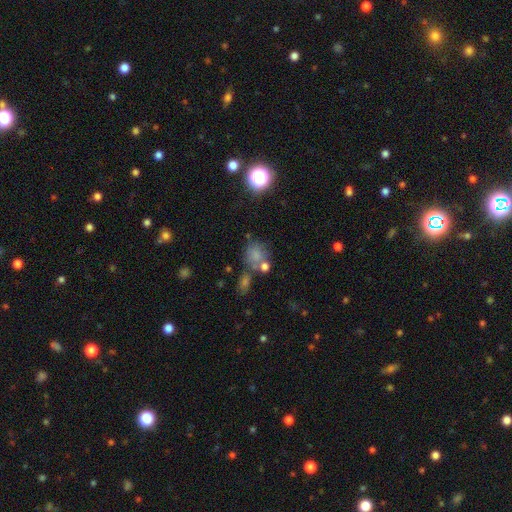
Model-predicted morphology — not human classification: A smooth galaxy with no disk features (72%) that is round (60%). Merging: none (47%).